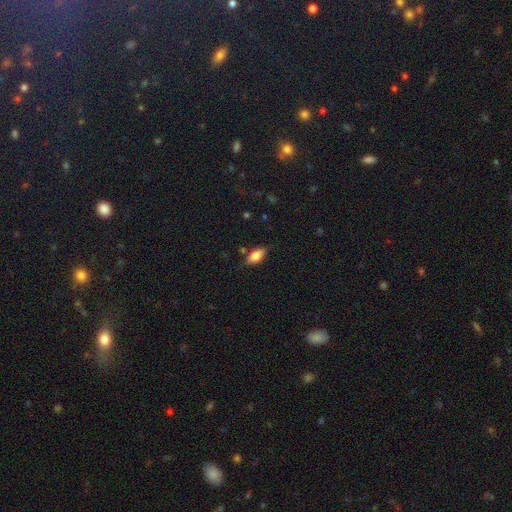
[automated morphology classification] A smooth galaxy with no disk features (75%) that is in between round and cigar-shaped (85%). Merging: none (75%).